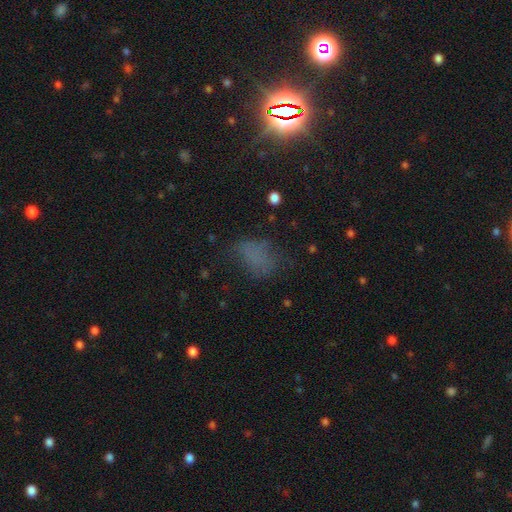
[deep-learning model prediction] Smooth or featured? smooth (57%)
How rounded? in between (79%)
Merging? none (52%)